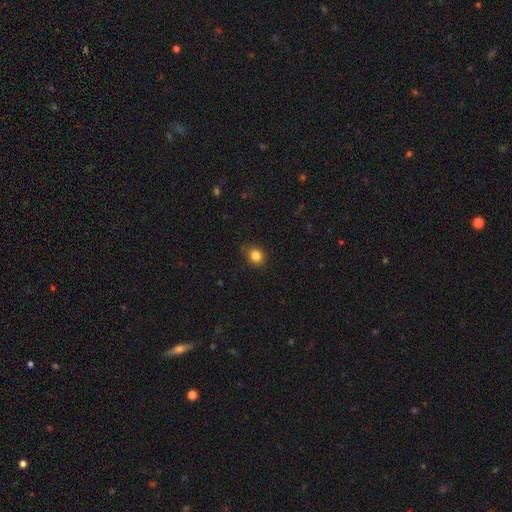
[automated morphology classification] A smooth galaxy with no disk features (85%) that is round (70%). Merging: none (85%).